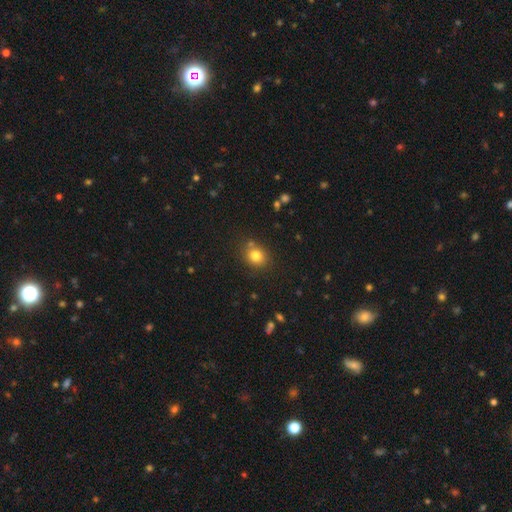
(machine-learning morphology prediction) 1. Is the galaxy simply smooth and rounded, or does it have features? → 80% smooth, 12% star or artifact, 8% featured or disk.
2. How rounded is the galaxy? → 68% round, 31% in between, 1% cigar-shaped.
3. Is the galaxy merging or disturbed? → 76% none, 12% minor disturbance, 9% merger, 3% major disturbance.